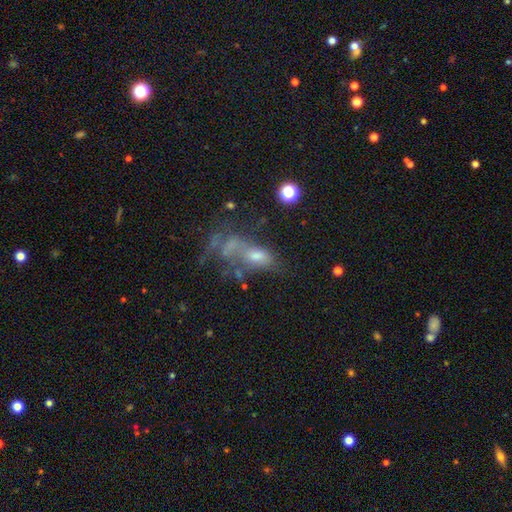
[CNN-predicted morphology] A featured or disk galaxy (42%).

Vote fractions:
- Smooth or featured? featured or disk: 42% / smooth: 37% / star or artifact: 21%
- Merging? major disturbance: 35% / none: 26% / merger: 25% / minor disturbance: 15%